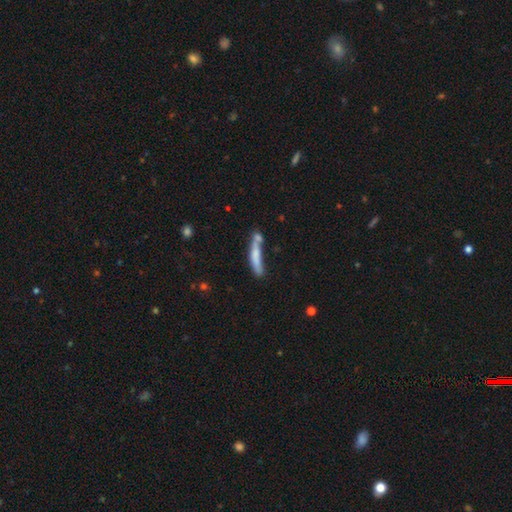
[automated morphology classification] A smooth galaxy with no disk features (64%) that is cigar-shaped (89%). Merging: none (43%).